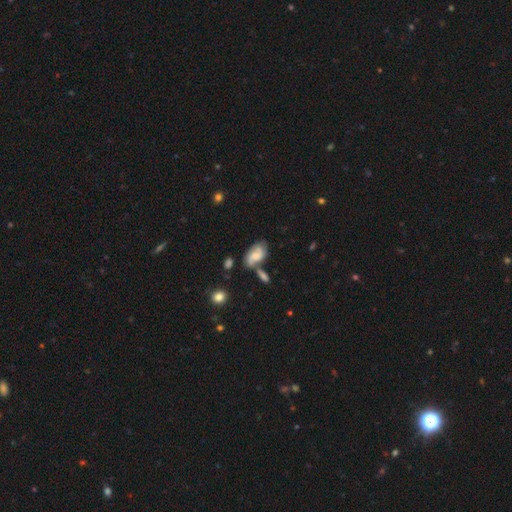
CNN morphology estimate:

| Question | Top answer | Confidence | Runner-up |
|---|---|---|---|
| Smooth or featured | smooth | 46% | tied: featured or disk (46%) |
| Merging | none | 43% | merger (24%) |